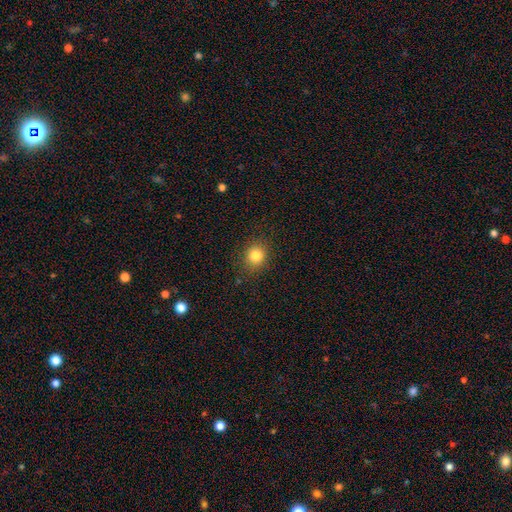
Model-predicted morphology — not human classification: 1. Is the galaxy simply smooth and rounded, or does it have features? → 83% smooth, 11% star or artifact, 6% featured or disk.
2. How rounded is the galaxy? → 75% round, 24% in between, 1% cigar-shaped.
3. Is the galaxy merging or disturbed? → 86% none, 10% minor disturbance, 3% major disturbance, 1% merger.